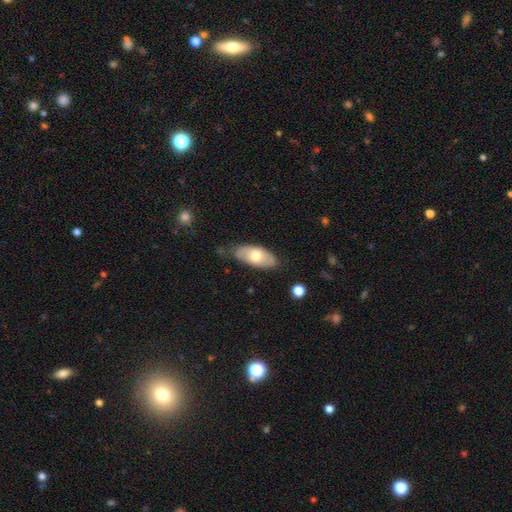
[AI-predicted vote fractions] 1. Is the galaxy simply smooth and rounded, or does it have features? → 62% smooth, 33% featured or disk, 6% star or artifact.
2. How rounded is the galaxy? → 90% in between, 7% cigar-shaped, 3% round.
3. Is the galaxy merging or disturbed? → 67% none, 25% minor disturbance, 5% major disturbance, 2% merger.